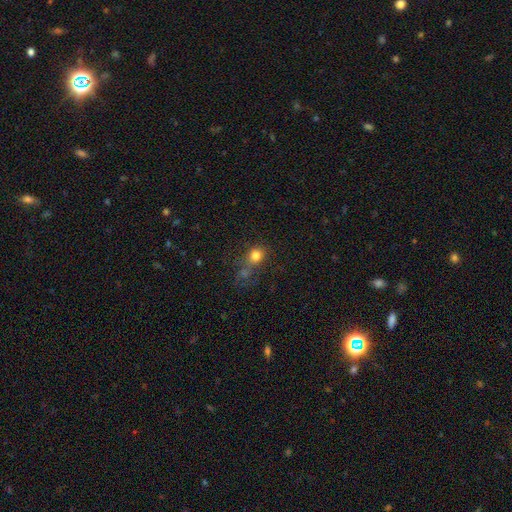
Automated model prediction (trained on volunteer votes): The model was most divided on "merging": none: 51%, merger: 21%, minor disturbance: 16%, major disturbance: 12%. More confident: smooth or featured — smooth (77%); how rounded — round (74%).